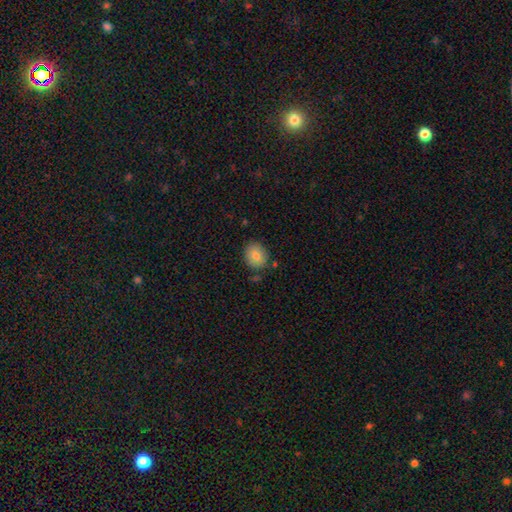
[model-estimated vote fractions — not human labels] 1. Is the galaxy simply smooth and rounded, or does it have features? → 82% smooth, 10% featured or disk, 8% star or artifact.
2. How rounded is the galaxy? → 70% round, 30% in between, 1% cigar-shaped.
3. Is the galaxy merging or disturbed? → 81% none, 12% minor disturbance, 4% merger, 3% major disturbance.